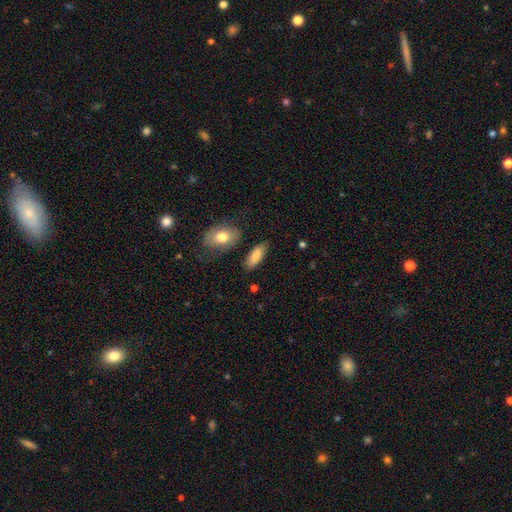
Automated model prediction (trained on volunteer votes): smooth-or-featured: smooth: 85% | featured or disk: 9% | star or artifact: 6%
  how-rounded: in between: 75% | cigar-shaped: 23% | round: 3%
  merging: none: 80% | minor disturbance: 13% | merger: 4% | major disturbance: 3%